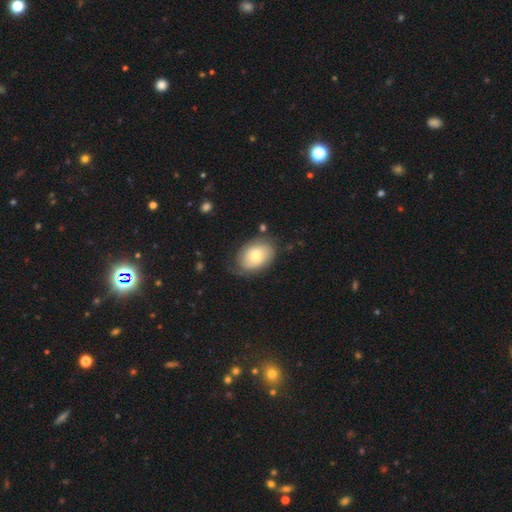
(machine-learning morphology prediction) Smooth or featured? smooth (62%)
How rounded? in between (80%)
Merging? none (66%)